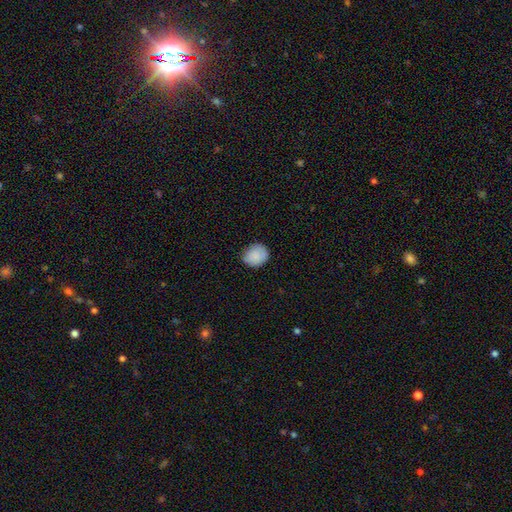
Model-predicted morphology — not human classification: Q: Smooth or featured?
A: smooth (88%); runner-up: star or artifact (7%)
Q: How rounded?
A: round (70%); runner-up: in between (29%)
Q: Merging?
A: none (81%); runner-up: minor disturbance (15%)